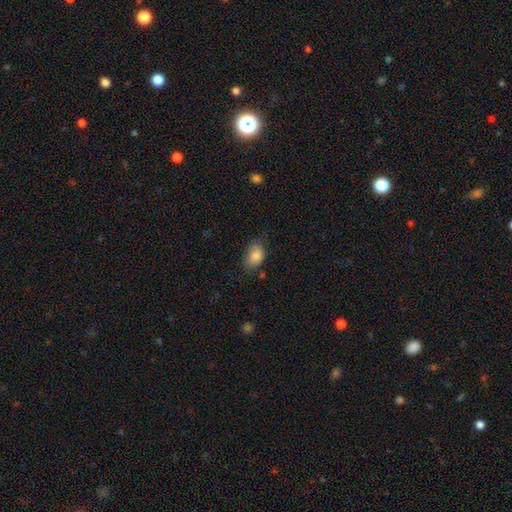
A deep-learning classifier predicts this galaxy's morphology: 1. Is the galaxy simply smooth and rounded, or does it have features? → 87% smooth, 7% star or artifact, 6% featured or disk.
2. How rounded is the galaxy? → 85% in between, 14% round, 1% cigar-shaped.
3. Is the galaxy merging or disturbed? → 68% none, 25% minor disturbance, 6% major disturbance, 2% merger.